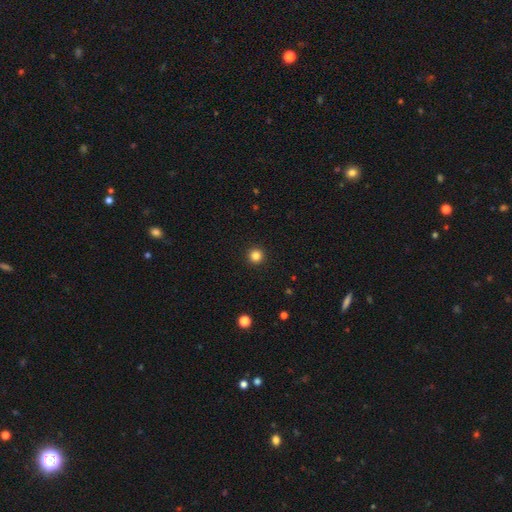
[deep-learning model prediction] Morphology: type=smooth (83%); roundness=round (96%); merging=none (94%).